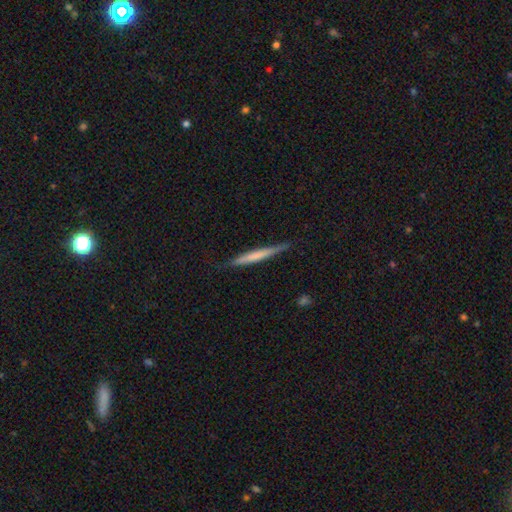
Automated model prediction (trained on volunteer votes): Smooth or featured: smooth — 54% (featured or disk — 41%)
How rounded: cigar-shaped — 96% (in between — 3%)
Merging: none — 85% (minor disturbance — 12%)